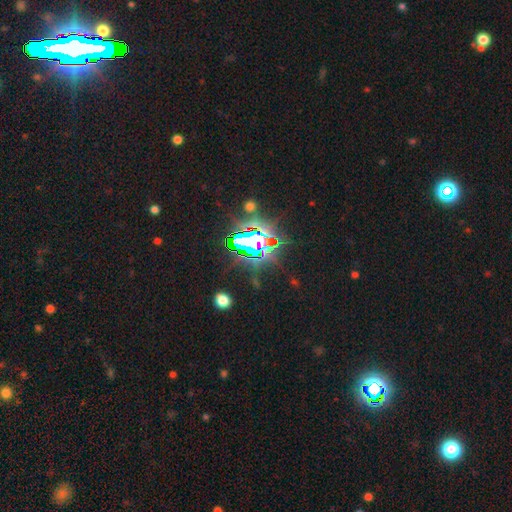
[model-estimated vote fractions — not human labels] smooth_or_featured: star or artifact (p=0.84) [alt: smooth p=0.08]